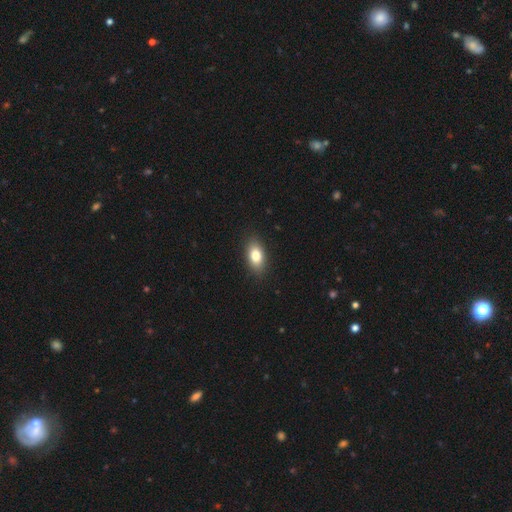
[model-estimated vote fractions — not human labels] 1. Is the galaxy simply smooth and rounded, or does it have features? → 82% smooth, 10% featured or disk, 8% star or artifact.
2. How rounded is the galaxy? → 89% in between, 8% round, 4% cigar-shaped.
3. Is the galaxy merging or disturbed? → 87% none, 9% minor disturbance, 2% major disturbance, 1% merger.